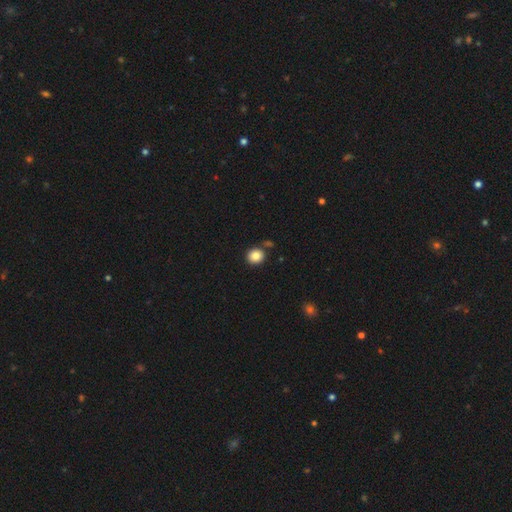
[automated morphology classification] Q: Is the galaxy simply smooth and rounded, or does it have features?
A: smooth — 85%.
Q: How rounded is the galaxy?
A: round — 85%.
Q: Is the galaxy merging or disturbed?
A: none — 82%.